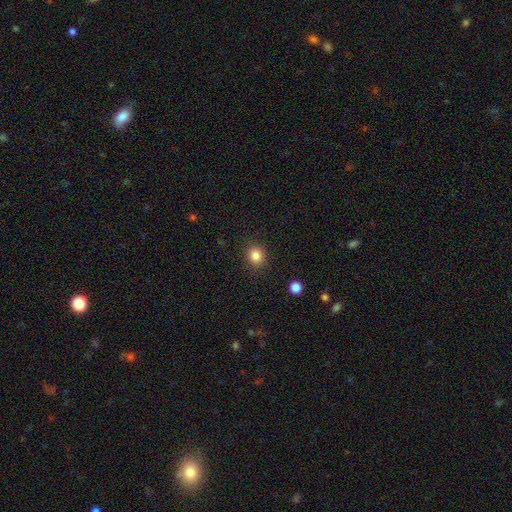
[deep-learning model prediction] Q: Smooth or featured?
A: smooth (85%); runner-up: star or artifact (11%)
Q: How rounded?
A: round (74%); runner-up: in between (25%)
Q: Merging?
A: none (89%); runner-up: minor disturbance (8%)